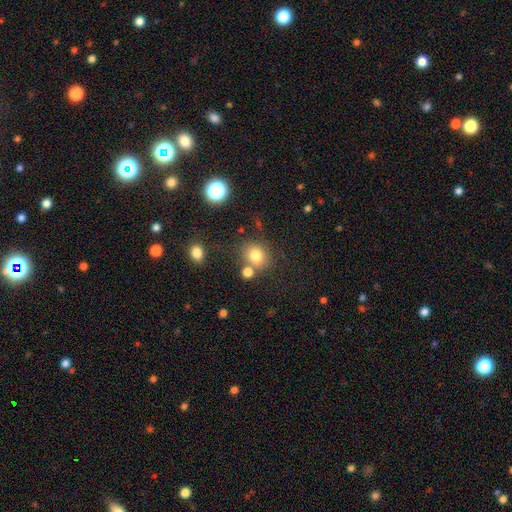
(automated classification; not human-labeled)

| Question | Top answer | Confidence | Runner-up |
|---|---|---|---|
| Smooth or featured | smooth | 77% | star or artifact (15%) |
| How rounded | round | 70% | in between (29%) |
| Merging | none | 67% | merger (16%) |